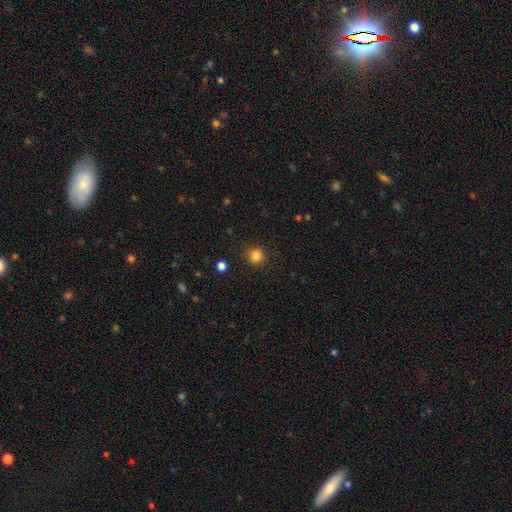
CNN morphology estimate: A smooth galaxy with no disk features (84%) that is round (92%). Merging: none (90%).